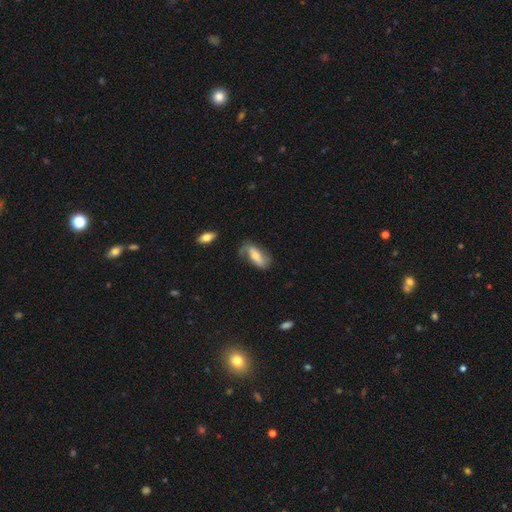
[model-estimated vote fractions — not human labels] This is possibly a featured or disk galaxy (58%). It is clearly not viewed edge-on (89%). Bar: marginally no (36%). Spiral arm pattern: clearly yes (84%). Central bulge: possibly moderate (53%). Merging: possibly none (55%).